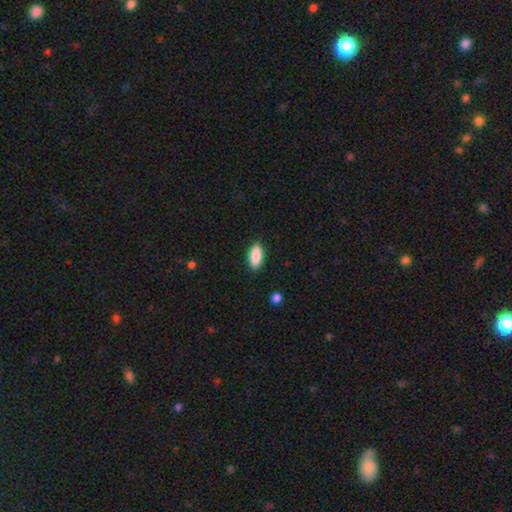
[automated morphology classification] smooth-or-featured: smooth: 88% | star or artifact: 6% | featured or disk: 6%
  how-rounded: in between: 86% | cigar-shaped: 12% | round: 2%
  merging: none: 88% | minor disturbance: 9% | major disturbance: 2% | merger: 1%